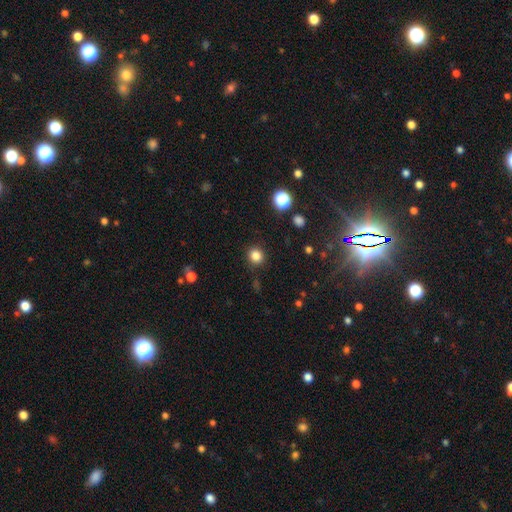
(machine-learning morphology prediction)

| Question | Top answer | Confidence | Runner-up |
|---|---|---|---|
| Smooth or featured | smooth | 83% | star or artifact (13%) |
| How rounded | round | 90% | in between (9%) |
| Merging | none | 90% | minor disturbance (6%) |